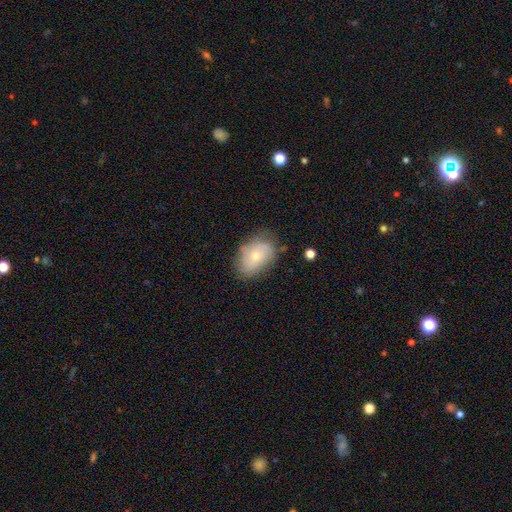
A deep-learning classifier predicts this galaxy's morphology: Overall: smooth (52%; featured or disk 40%). How rounded: in between (80%). Merging: none (68%).